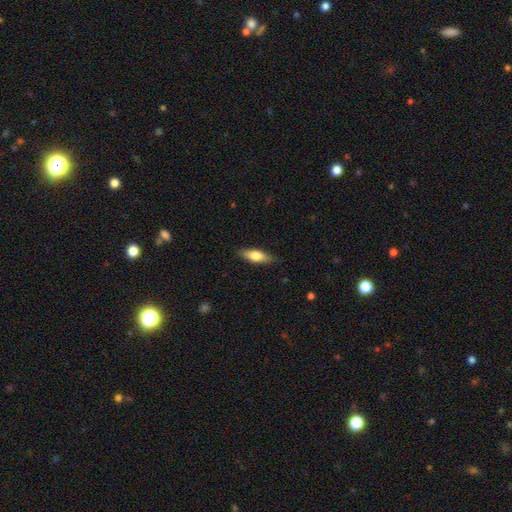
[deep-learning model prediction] Smooth or featured? smooth (71%)
How rounded? in between (62%)
Merging? none (84%)